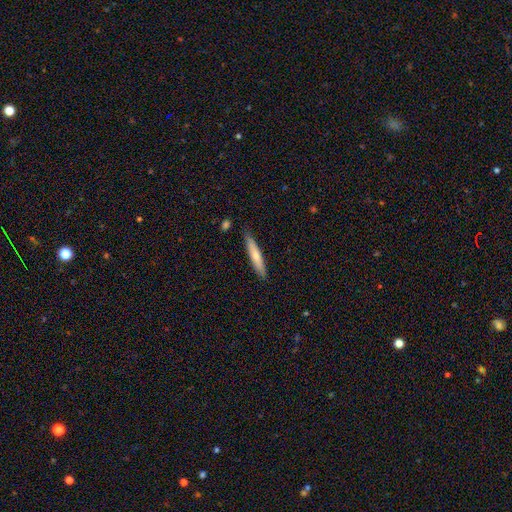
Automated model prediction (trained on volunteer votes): This is likely a smooth galaxy (65%). How rounded: clearly cigar-shaped (91%). Merging: clearly none (86%).